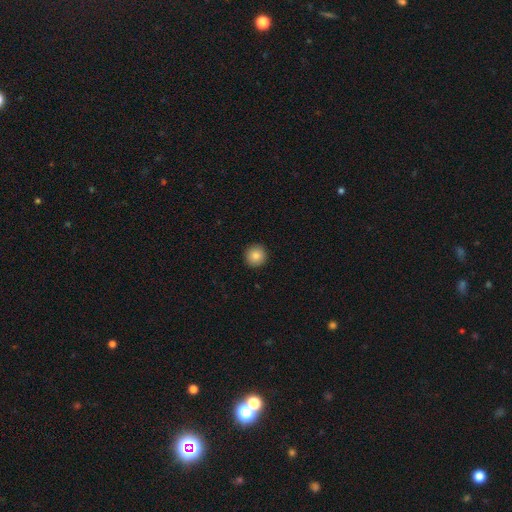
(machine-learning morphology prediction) Smooth or featured?
  - smooth: 85% *
  - star or artifact: 9%
  - featured or disk: 5%
How rounded?
  - round: 96% *
  - in between: 3%
  - cigar-shaped: 1%
Merging?
  - none: 93% *
  - minor disturbance: 4%
  - major disturbance: 1%
  - merger: 1%